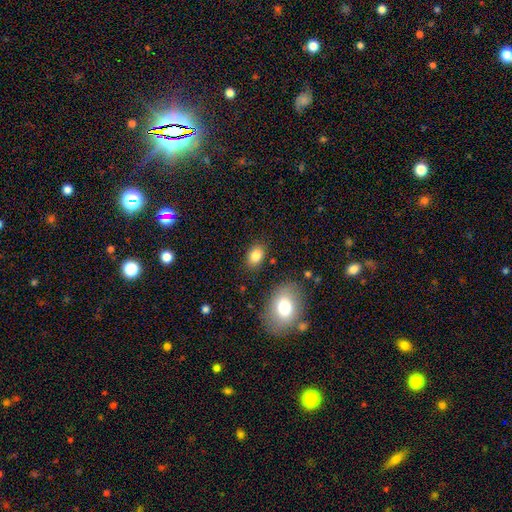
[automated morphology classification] A smooth galaxy with no disk features (83%) that is in between round and cigar-shaped (82%).

Vote fractions:
- Smooth or featured? smooth: 83% / star or artifact: 9% / featured or disk: 8%
- How rounded? in between: 82% / round: 17% / cigar-shaped: 1%
- Merging? none: 83% / minor disturbance: 11% / major disturbance: 3% / merger: 3%